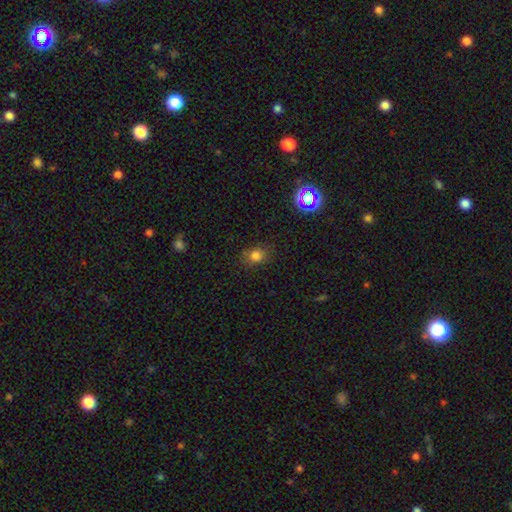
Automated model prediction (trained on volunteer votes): Morphology: type=smooth (76%); roundness=round (63%); merging=none (79%).